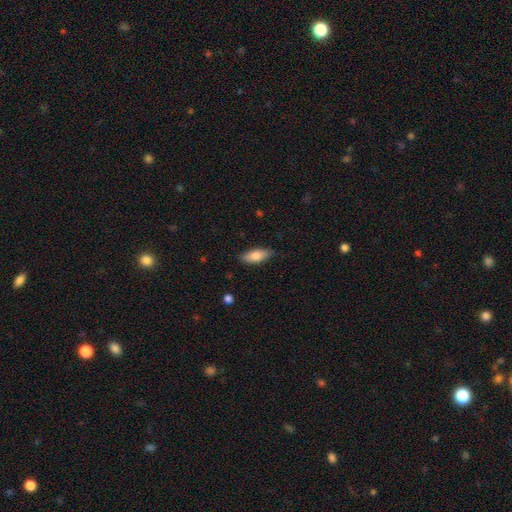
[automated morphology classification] Smooth or featured? Predicted: smooth (p=0.81). How rounded? Predicted: in between (p=0.78). Merging? Predicted: none (p=0.82).